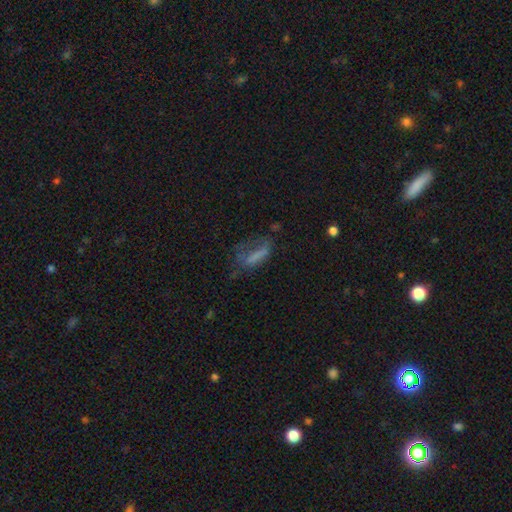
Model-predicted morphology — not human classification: Smooth or featured: smooth — 56% (featured or disk — 29%)
How rounded: cigar-shaped — 52% (in between — 44%)
Merging: major disturbance — 37% (none — 34%)